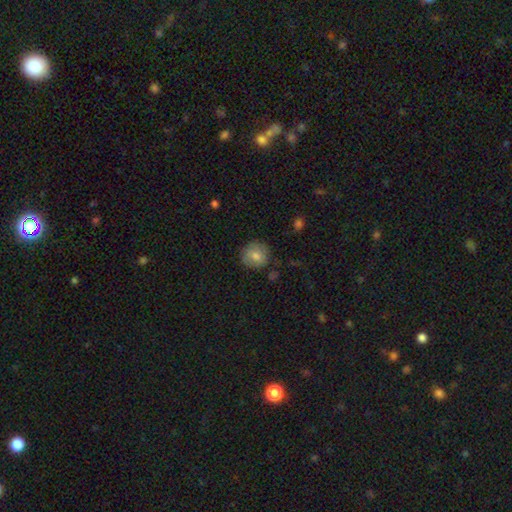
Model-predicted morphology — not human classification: Q: Smooth or featured?
A: smooth (77%); runner-up: featured or disk (14%)
Q: How rounded?
A: round (86%); runner-up: in between (13%)
Q: Merging?
A: none (78%); runner-up: minor disturbance (16%)